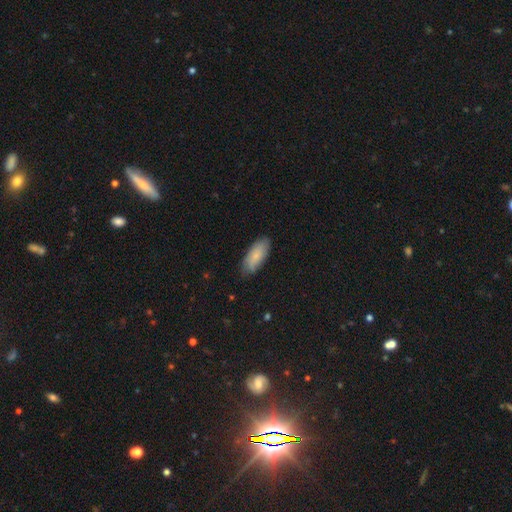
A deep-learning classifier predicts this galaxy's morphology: The model was most divided on "smooth or featured": smooth: 75%, featured or disk: 19%, star or artifact: 6%. More confident: how rounded — in between (80%); merging — none (77%).